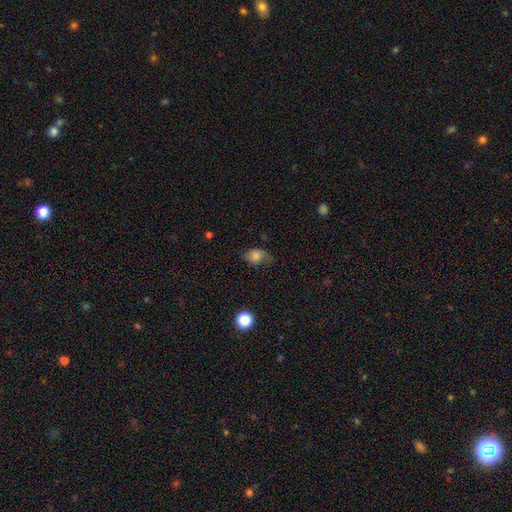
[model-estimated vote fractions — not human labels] Smooth or featured? smooth (74%)
How rounded? in between (68%)
Merging? none (50%)